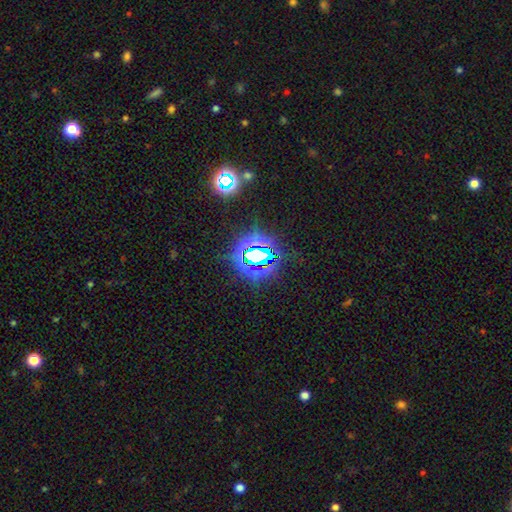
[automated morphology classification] The model was most divided on "smooth or featured": star or artifact: 74%, smooth: 16%, featured or disk: 10%.